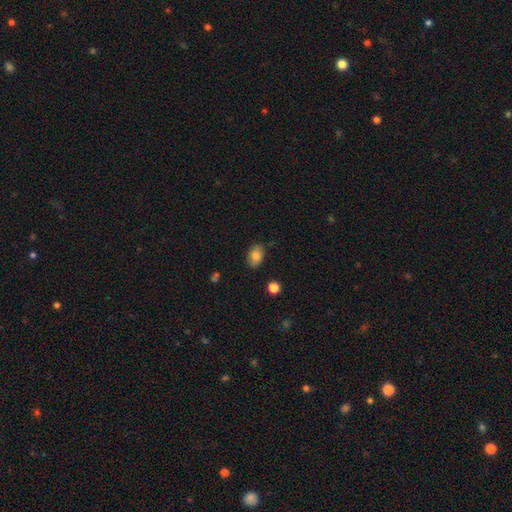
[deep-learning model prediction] This is clearly a smooth galaxy (82%). How rounded: clearly in between (84%). Merging: clearly none (81%).